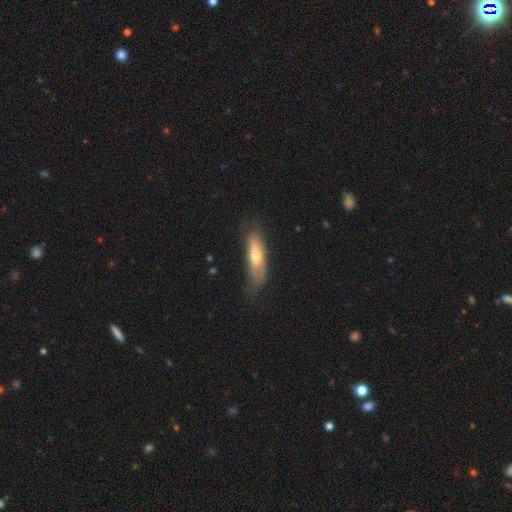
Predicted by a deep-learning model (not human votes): smooth_or_featured: smooth (p=0.54) [alt: featured or disk p=0.39]
how_rounded: cigar-shaped (p=0.58) [alt: in between p=0.40]
merging: none (p=0.62) [alt: minor disturbance p=0.27]